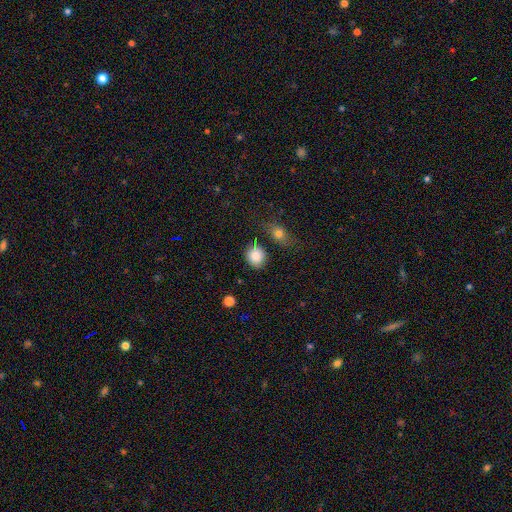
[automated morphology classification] smooth-or-featured: smooth: 86% | star or artifact: 9% | featured or disk: 6%
  how-rounded: round: 79% | in between: 20% | cigar-shaped: 1%
  merging: none: 75% | minor disturbance: 14% | merger: 7% | major disturbance: 4%